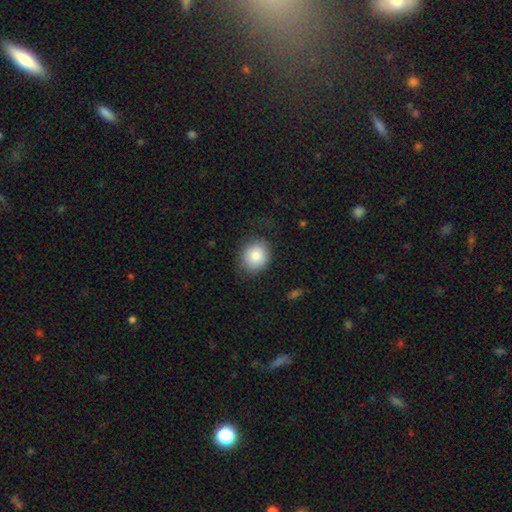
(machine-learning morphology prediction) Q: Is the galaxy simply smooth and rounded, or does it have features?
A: smooth — 84%.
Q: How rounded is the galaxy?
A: round — 68%.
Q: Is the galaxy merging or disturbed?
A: none — 73%.